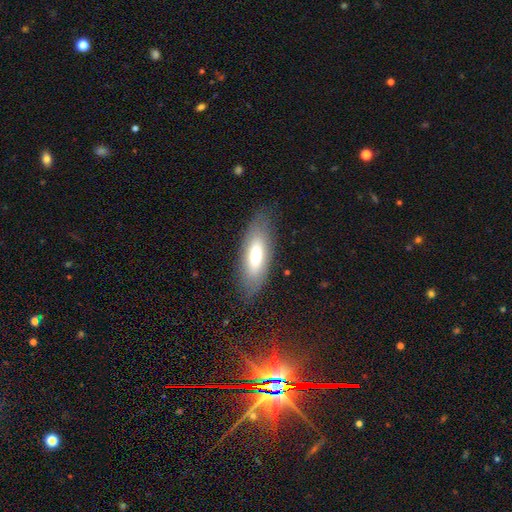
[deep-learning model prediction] smooth-or-featured: smooth: 68% | featured or disk: 25% | star or artifact: 7%
  how-rounded: in between: 69% | cigar-shaped: 29% | round: 2%
  merging: none: 80% | minor disturbance: 14% | major disturbance: 5% | merger: 1%